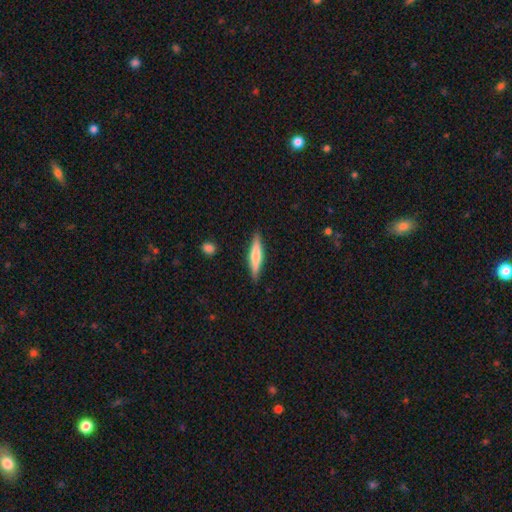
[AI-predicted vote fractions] Morphology: type=smooth (49%); merging=none (89%).